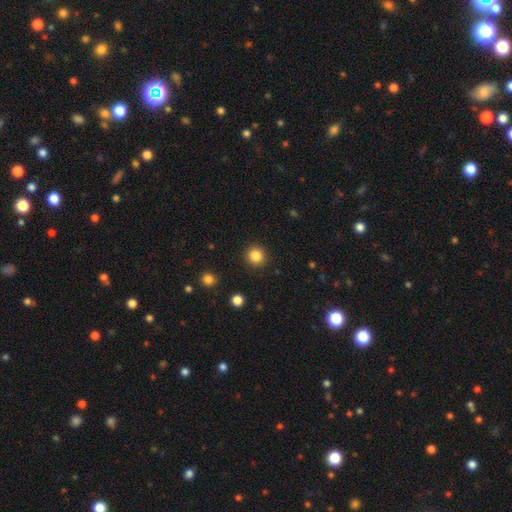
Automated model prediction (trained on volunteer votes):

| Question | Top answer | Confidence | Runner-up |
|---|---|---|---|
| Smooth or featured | smooth | 85% | star or artifact (11%) |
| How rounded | round | 94% | in between (5%) |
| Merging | none | 92% | minor disturbance (5%) |